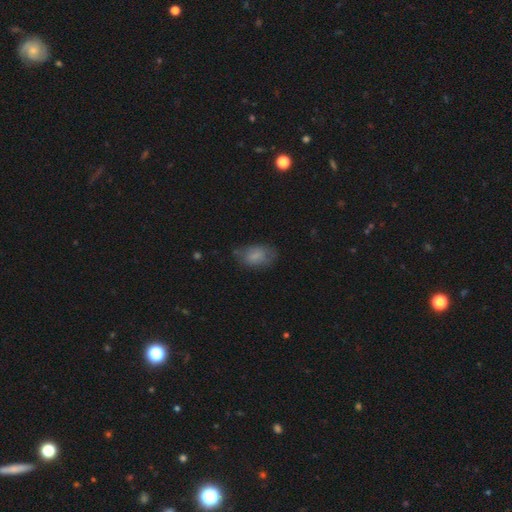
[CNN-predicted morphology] Smooth or featured?
  - smooth: 74% *
  - featured or disk: 17%
  - star or artifact: 9%
How rounded?
  - in between: 90% *
  - round: 8%
  - cigar-shaped: 2%
Merging?
  - none: 61% *
  - minor disturbance: 27%
  - major disturbance: 10%
  - merger: 2%